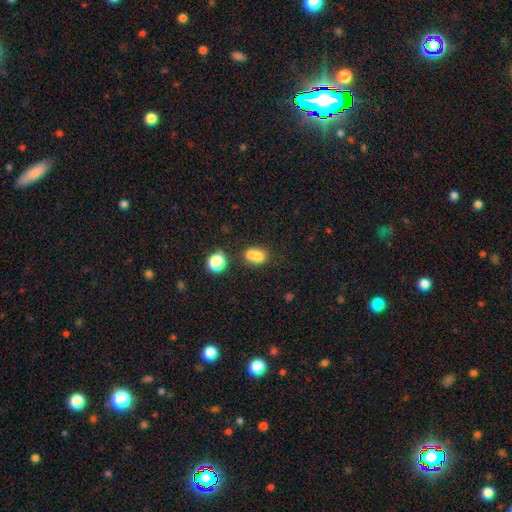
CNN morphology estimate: This appears to be a smooth galaxy with no disk features (71%) that is round (53%). Merging: merger (49%).